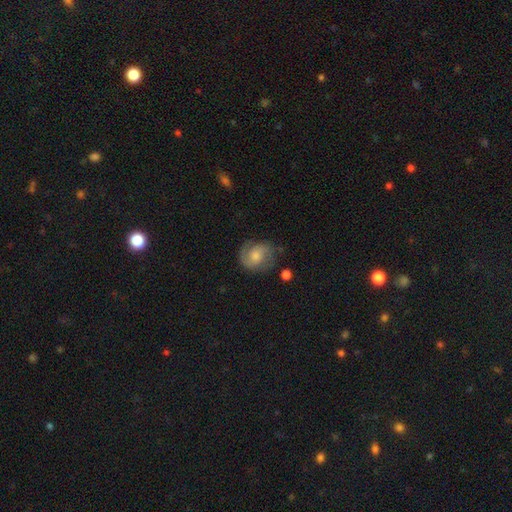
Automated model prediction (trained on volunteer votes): Morphology: type=featured or disk (62%); edge-on=no (98%); bar=no (58%); spiral arms=yes (90%); winding=medium (47%); arm count=2 (78%); bulge=moderate (46%); merging=none (68%).